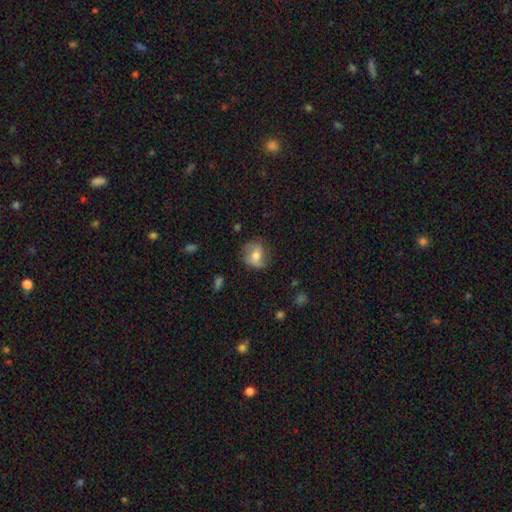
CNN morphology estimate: A smooth galaxy with no disk features (46%).

Vote fractions:
- Smooth or featured? smooth: 46% / featured or disk: 45% / star or artifact: 9%
- Merging? none: 71% / minor disturbance: 20% / major disturbance: 8% / merger: 1%